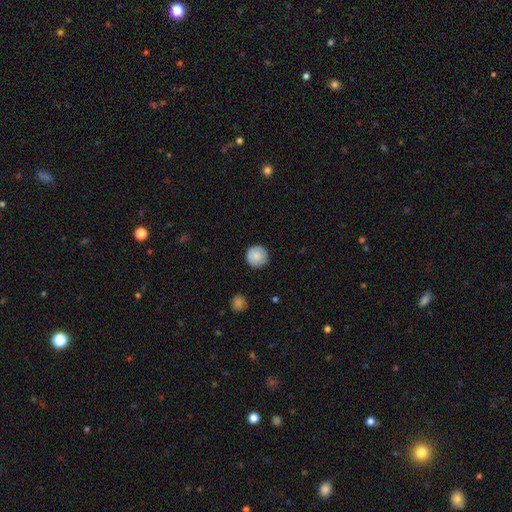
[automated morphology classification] smooth_or_featured: smooth (p=0.83) [alt: featured or disk p=0.10]
how_rounded: round (p=0.95) [alt: in between p=0.04]
merging: none (p=0.86) [alt: minor disturbance p=0.11]